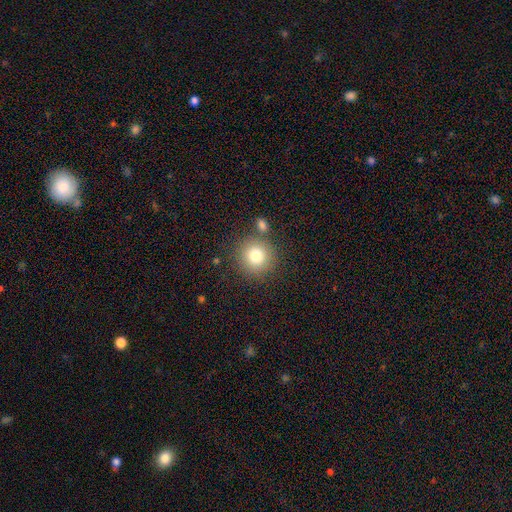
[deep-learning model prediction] Overall: smooth (79%). How rounded: round (93%). Merging: none (78%).